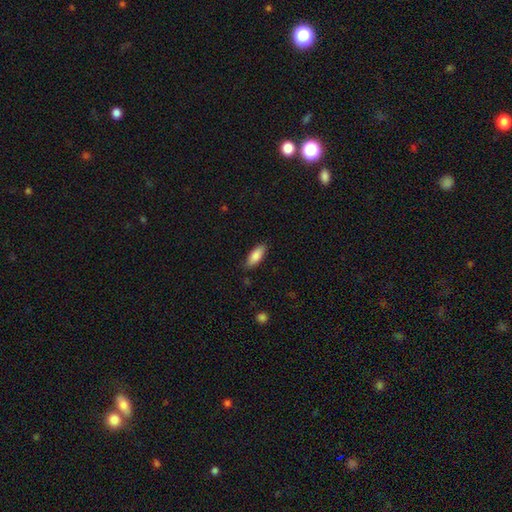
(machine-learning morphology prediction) smooth 83%, featured or disk 10%, star or artifact 6%. Down the decision tree: how rounded — in between (76%); merging — none (84%).